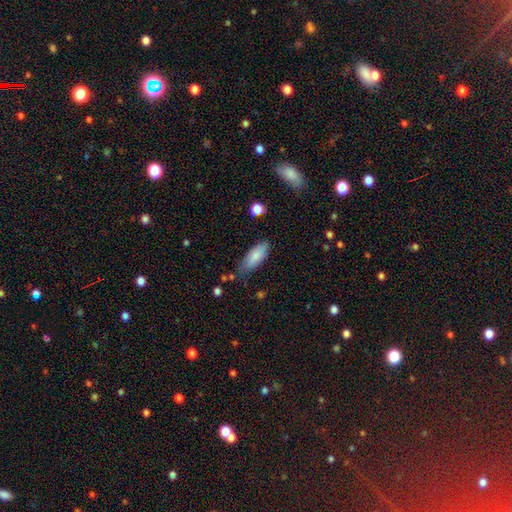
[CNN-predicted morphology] Q: Smooth or featured?
A: smooth (83%); runner-up: featured or disk (11%)
Q: How rounded?
A: in between (74%); runner-up: cigar-shaped (24%)
Q: Merging?
A: none (68%); runner-up: minor disturbance (24%)